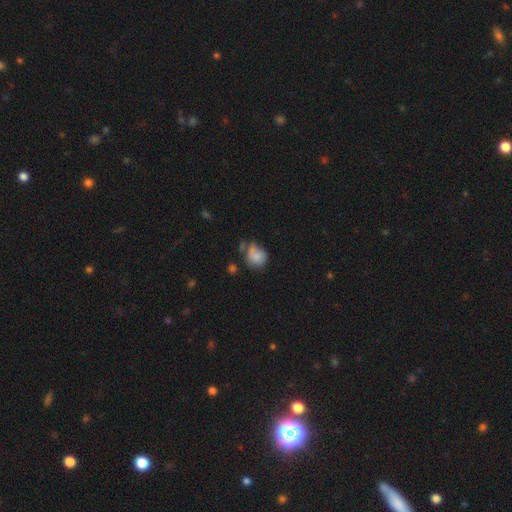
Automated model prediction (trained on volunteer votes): Q: Smooth or featured?
A: smooth (79%); runner-up: featured or disk (11%)
Q: How rounded?
A: round (68%); runner-up: in between (31%)
Q: Merging?
A: none (42%); runner-up: minor disturbance (28%)